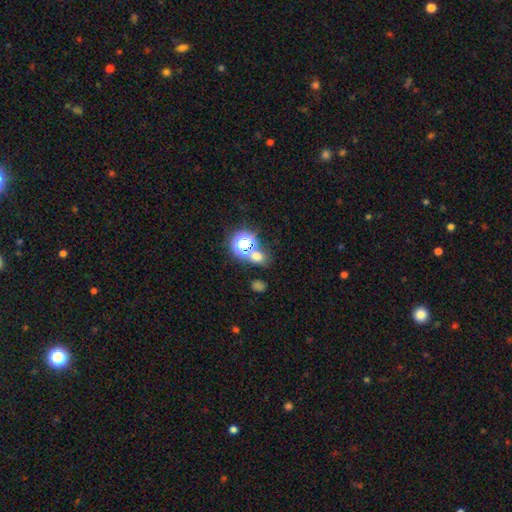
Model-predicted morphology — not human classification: This appears to be a smooth galaxy with no disk features (55%) that is round (68%). Merging: none (60%).